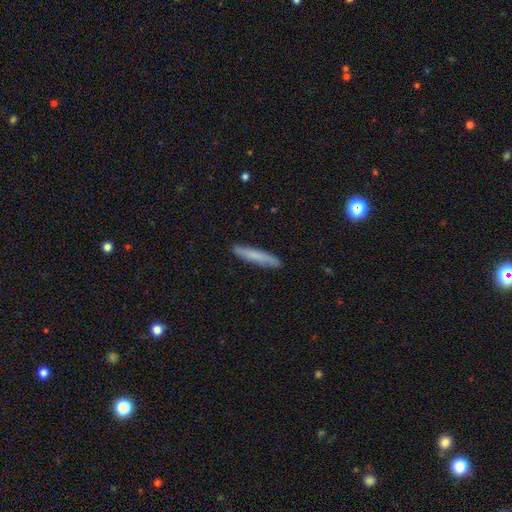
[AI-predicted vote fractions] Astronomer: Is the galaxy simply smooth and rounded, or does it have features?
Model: smooth — 69%.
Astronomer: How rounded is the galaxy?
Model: cigar-shaped — 93%.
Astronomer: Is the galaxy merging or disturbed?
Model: none — 88%.